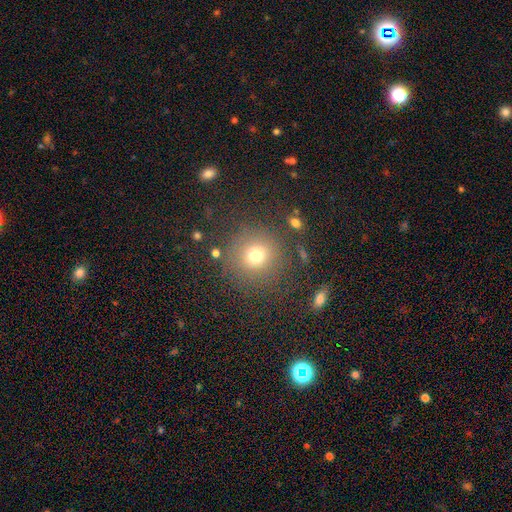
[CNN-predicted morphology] Smooth or featured? Predicted: smooth (p=0.72). How rounded? Predicted: round (p=0.93). Merging? Predicted: none (p=0.83).